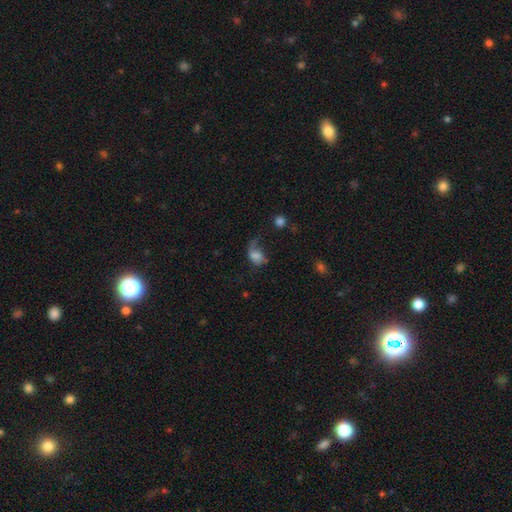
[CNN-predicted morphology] smooth 60%, featured or disk 29%, star or artifact 11%. Down the decision tree: how rounded — in between (76%); merging — major disturbance (47%).